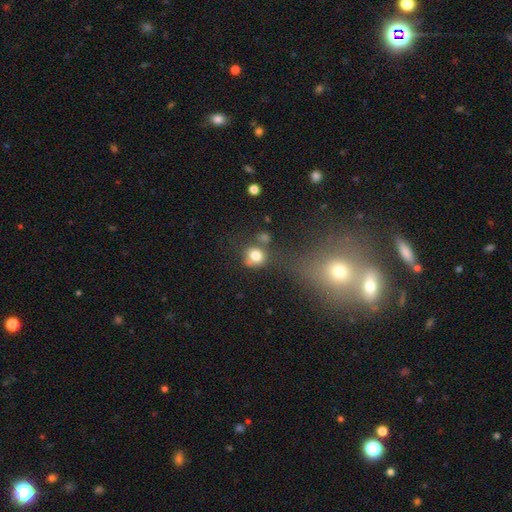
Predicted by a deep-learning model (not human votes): Smooth or featured? smooth (78%)
How rounded? round (78%)
Merging? none (53%)